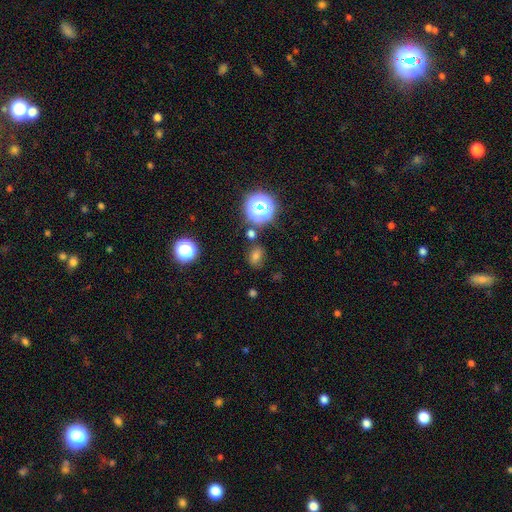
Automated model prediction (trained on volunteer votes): A smooth galaxy with no disk features (65%) that is in between round and cigar-shaped (51%).

Vote fractions:
- Smooth or featured? smooth: 65% / star or artifact: 27% / featured or disk: 8%
- How rounded? in between: 51% / round: 48% / cigar-shaped: 2%
- Merging? none: 80% / minor disturbance: 12% / merger: 5% / major disturbance: 4%